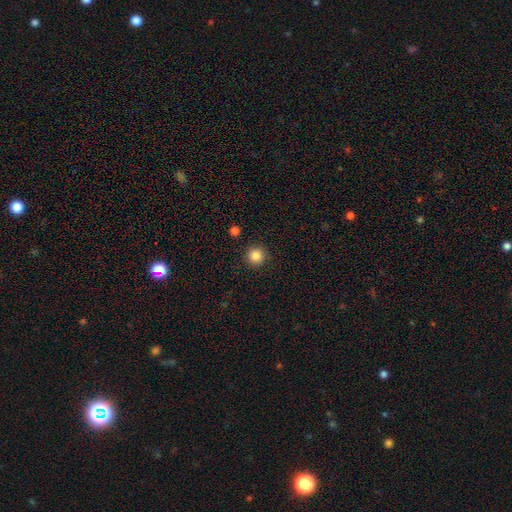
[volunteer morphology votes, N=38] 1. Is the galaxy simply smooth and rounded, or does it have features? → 92% smooth, 5% featured or disk, 3% star or artifact.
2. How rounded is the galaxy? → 94% round, 6% in between, 0% cigar-shaped.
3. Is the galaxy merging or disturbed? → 100% none, 0% minor disturbance, 0% major disturbance, 0% merger.